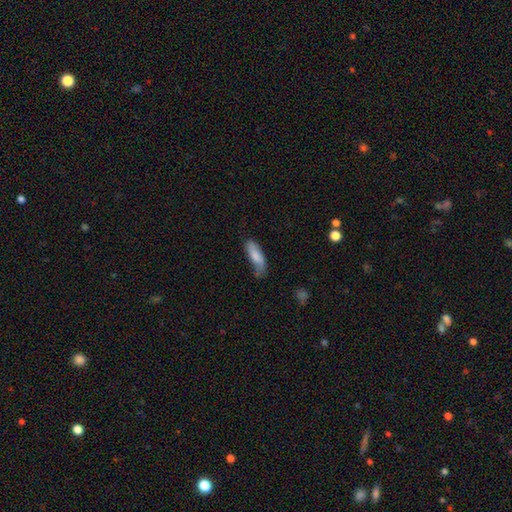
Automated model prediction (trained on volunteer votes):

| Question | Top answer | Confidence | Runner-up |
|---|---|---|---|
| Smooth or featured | smooth | 81% | featured or disk (13%) |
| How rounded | in between | 58% | cigar-shaped (40%) |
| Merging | none | 53% | minor disturbance (34%) |